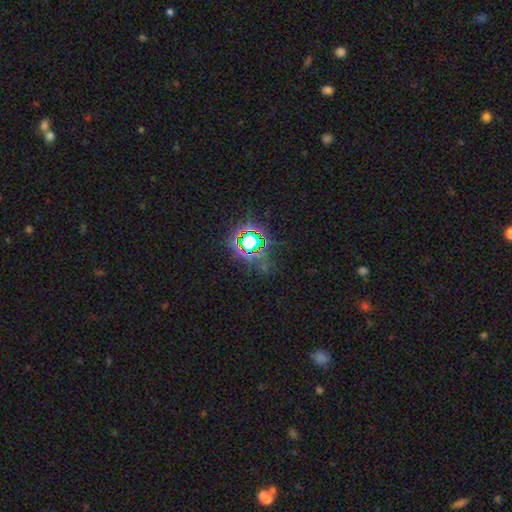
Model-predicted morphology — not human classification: Q: Smooth or featured?
A: star or artifact (78%); runner-up: smooth (14%)